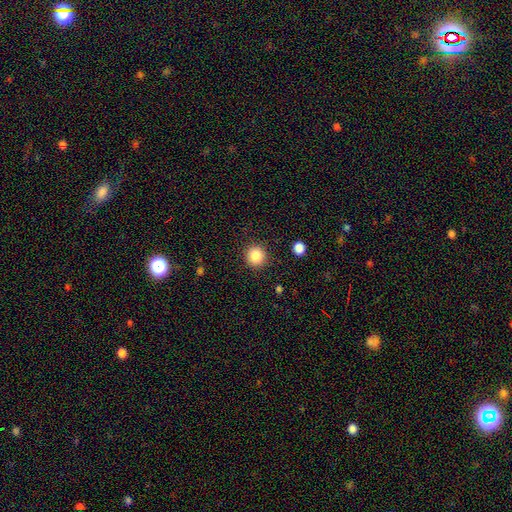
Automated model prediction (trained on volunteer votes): This is clearly a smooth galaxy (86%). How rounded: clearly round (93%). Merging: clearly none (90%).